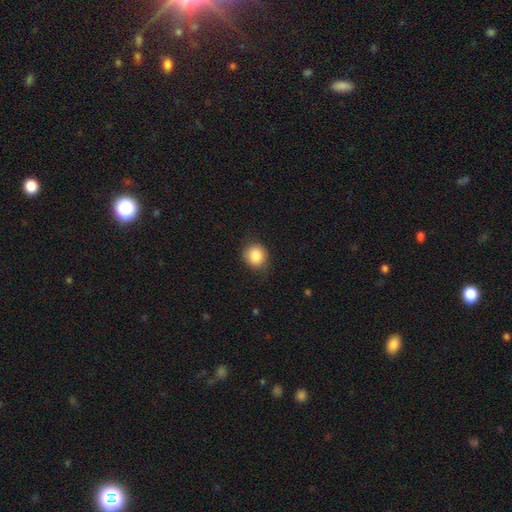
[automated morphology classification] A smooth galaxy with no disk features (86%) that is round (81%). Merging: none (83%).